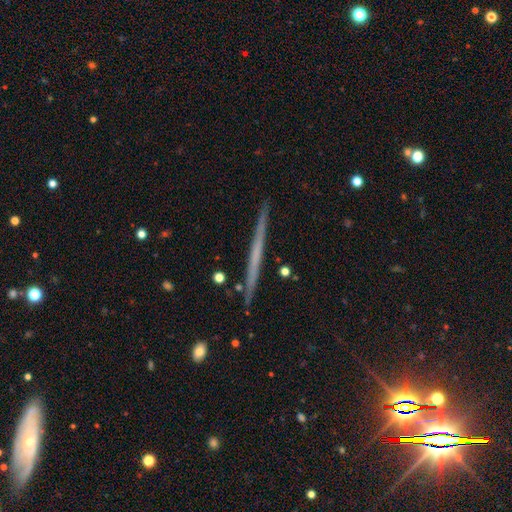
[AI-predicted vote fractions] This appears to be a featured or disk galaxy (63%) viewed edge-on (98%) with no central bulge (84%). Merging: none (91%).